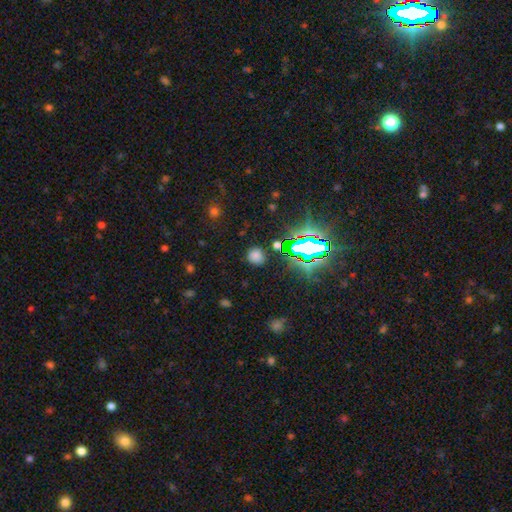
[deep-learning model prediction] This is likely a smooth galaxy (65%). How rounded: clearly round (85%). Merging: clearly none (85%).